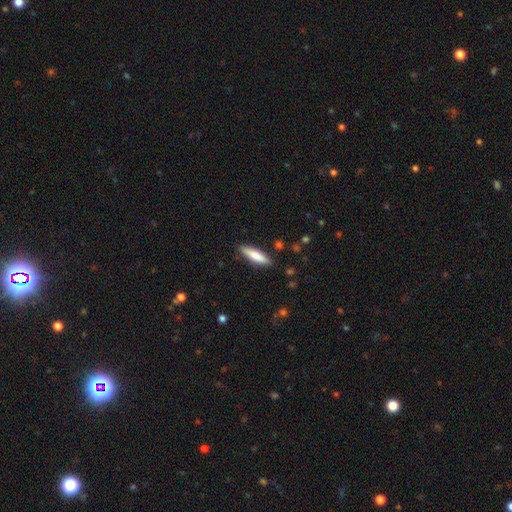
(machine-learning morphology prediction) This is likely a smooth galaxy (75%). How rounded: likely cigar-shaped (70%). Merging: clearly none (88%).